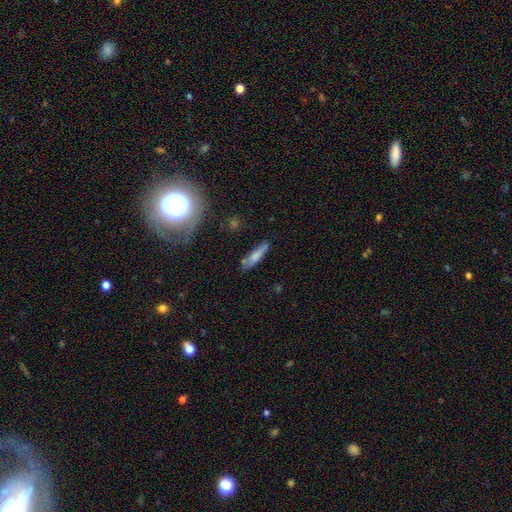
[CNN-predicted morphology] A smooth galaxy with no disk features (72%) that is cigar-shaped (78%). Merging: none (72%).